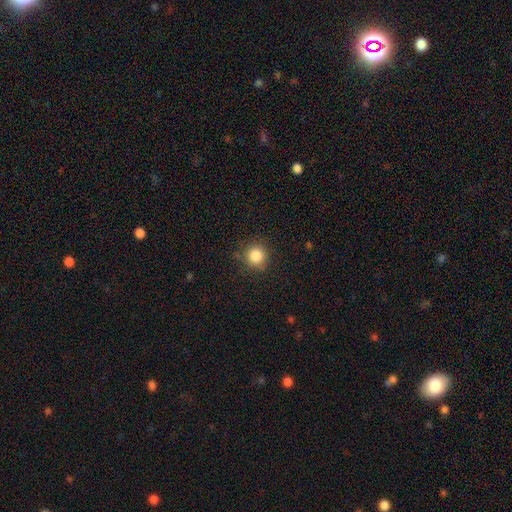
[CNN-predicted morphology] type=smooth (85%); roundness=round (93%); merging=none (85%).